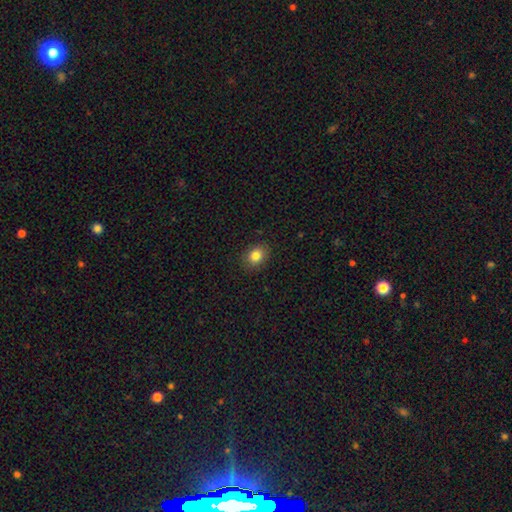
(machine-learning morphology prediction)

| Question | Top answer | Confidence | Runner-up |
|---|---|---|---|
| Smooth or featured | smooth | 83% | star or artifact (11%) |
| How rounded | in between | 50% | round (49%) |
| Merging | none | 88% | minor disturbance (9%) |